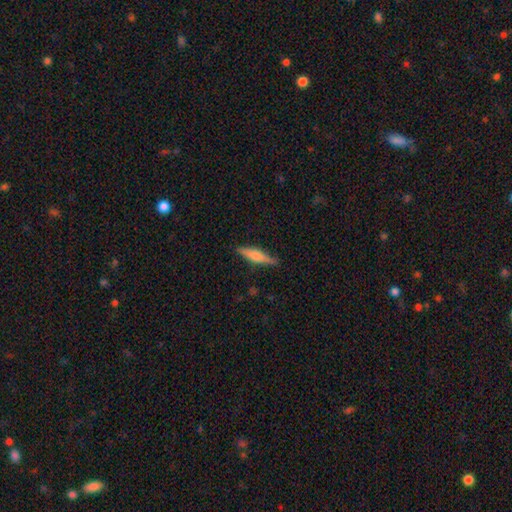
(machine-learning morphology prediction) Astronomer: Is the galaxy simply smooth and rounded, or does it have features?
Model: smooth — 49% (runner-up: featured or disk, 45%).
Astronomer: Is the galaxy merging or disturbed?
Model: none — 86%.